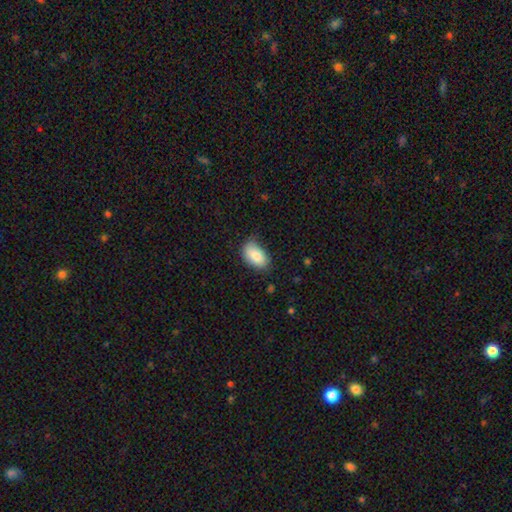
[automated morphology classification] Smooth or featured?
  - smooth: 84% *
  - featured or disk: 9%
  - star or artifact: 7%
How rounded?
  - in between: 92% *
  - round: 7%
  - cigar-shaped: 2%
Merging?
  - none: 68% *
  - minor disturbance: 26%
  - major disturbance: 5%
  - merger: 1%